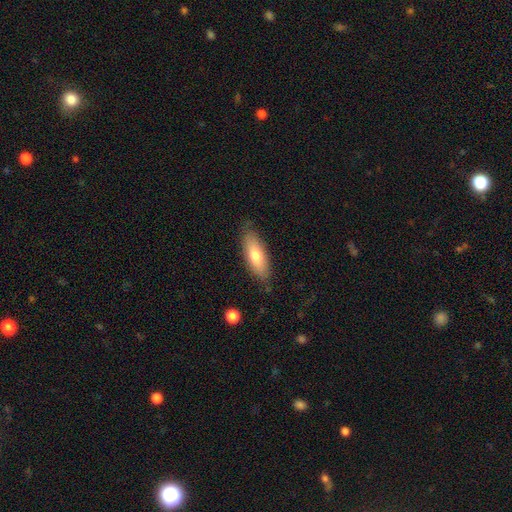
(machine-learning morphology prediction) type=smooth (71%); roundness=in between (63%); merging=none (81%).